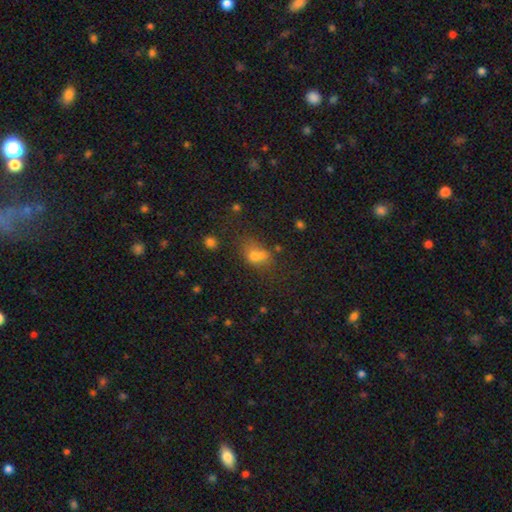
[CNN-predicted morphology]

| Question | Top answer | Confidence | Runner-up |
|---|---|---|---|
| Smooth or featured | smooth | 66% | star or artifact (18%) |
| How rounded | in between | 53% | round (45%) |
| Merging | merger | 44% | none (32%) |